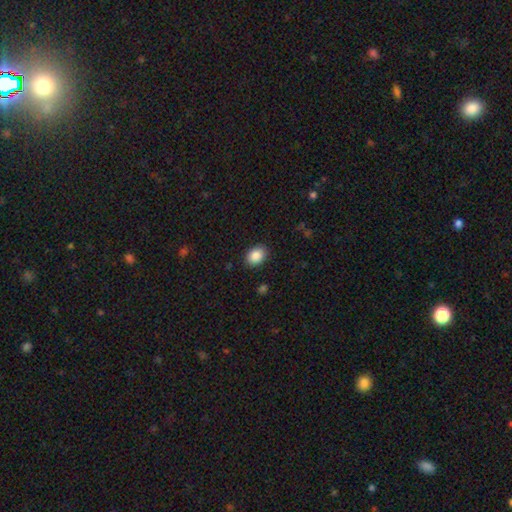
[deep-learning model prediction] Smooth or featured: smooth — 88% (star or artifact — 8%)
How rounded: in between — 67% (round — 32%)
Merging: none — 89% (minor disturbance — 8%)